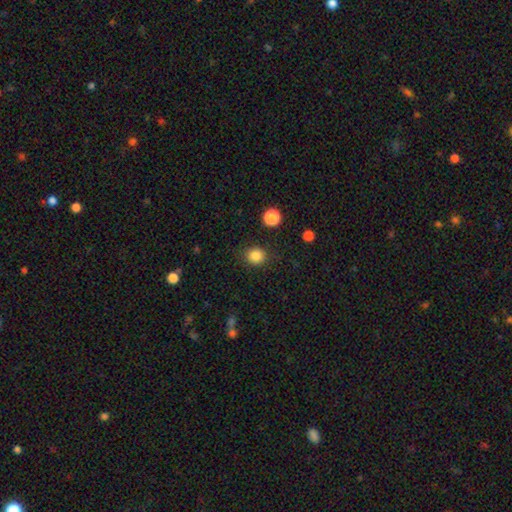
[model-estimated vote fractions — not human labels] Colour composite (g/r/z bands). It shows a smooth galaxy with no disk features (85%) that is round (85%). Merging: none (87%).